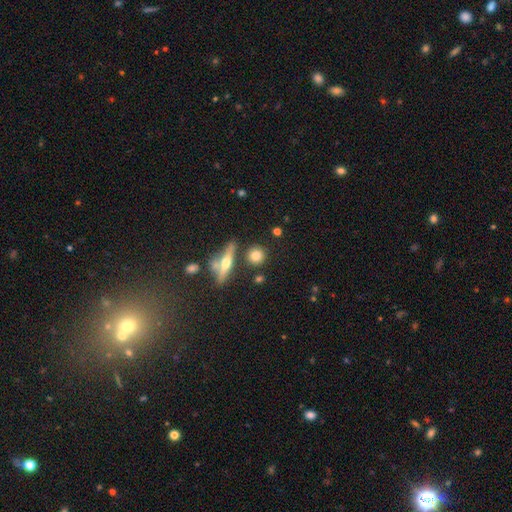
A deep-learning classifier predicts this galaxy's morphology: Q: Smooth or featured?
A: smooth (73%); runner-up: featured or disk (17%)
Q: How rounded?
A: round (82%); runner-up: in between (12%)
Q: Merging?
A: none (77%); runner-up: minor disturbance (10%)